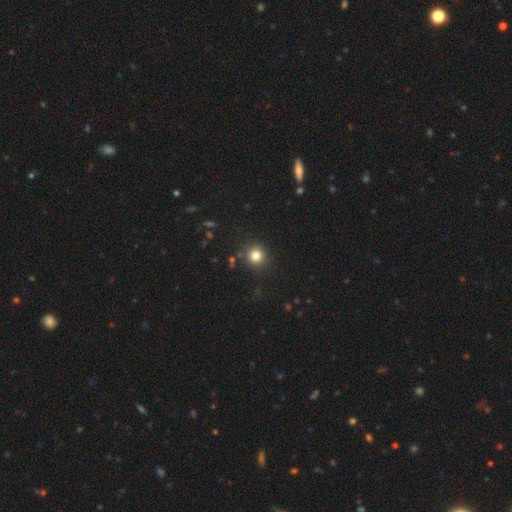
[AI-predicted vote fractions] Q: Smooth or featured?
A: smooth (81%); runner-up: star or artifact (13%)
Q: How rounded?
A: round (92%); runner-up: in between (7%)
Q: Merging?
A: none (87%); runner-up: minor disturbance (7%)